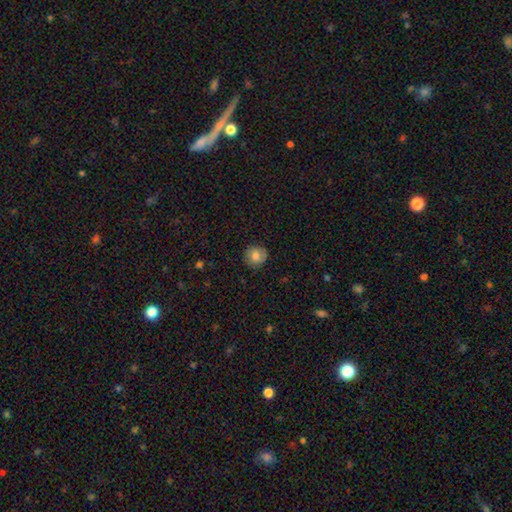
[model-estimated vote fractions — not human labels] A smooth galaxy with no disk features (72%) that is round (88%). Merging: none (83%).